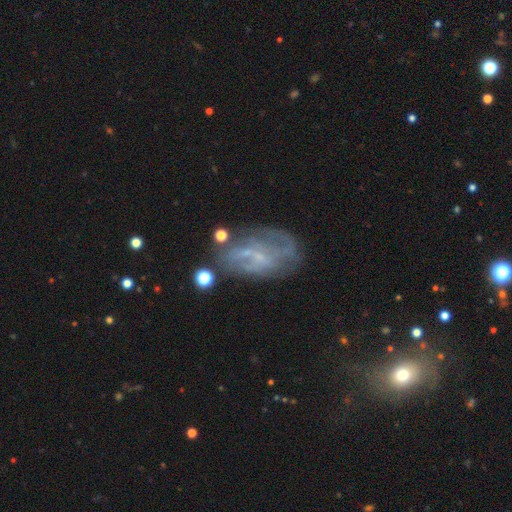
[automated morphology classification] The model was most divided on "bulge size": small: 45%, none: 44%, moderate: 8%, large: 1%, dominant: 1%. Remaining: edge-on disk — no (95%); smooth or featured — featured or disk (65%); spiral arms — yes (60%); bar — no (51%); merging — none (48%).